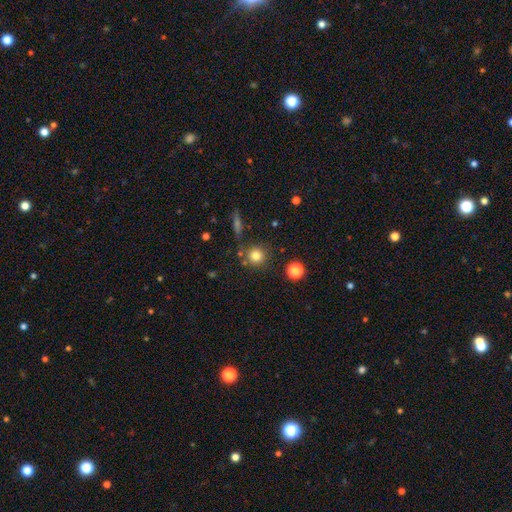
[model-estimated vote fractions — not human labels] smooth_or_featured: smooth (p=0.80) [alt: star or artifact p=0.13]
how_rounded: round (p=0.93) [alt: in between p=0.06]
merging: none (p=0.80) [alt: minor disturbance p=0.09]